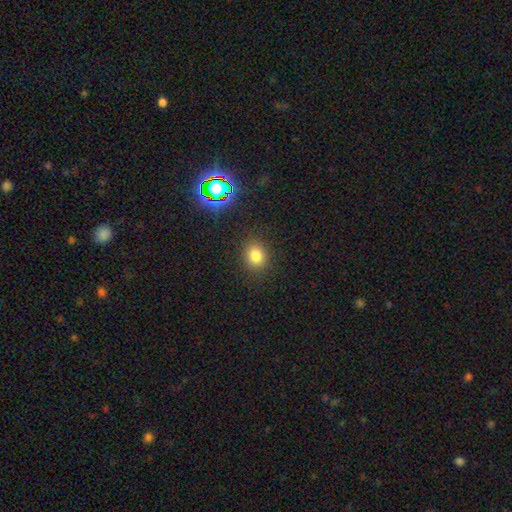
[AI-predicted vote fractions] Smooth or featured: smooth — 79% (star or artifact — 15%)
How rounded: round — 69% (in between — 30%)
Merging: none — 86% (minor disturbance — 9%)